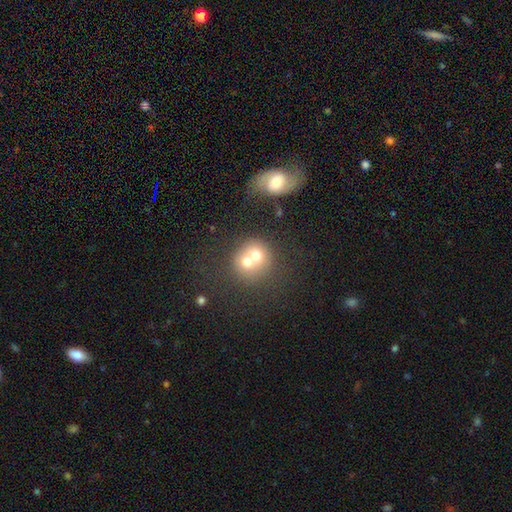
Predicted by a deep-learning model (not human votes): Overall: smooth (64%; featured or disk 24%). How rounded: round (82%). Merging: merger (65%; none 26%).